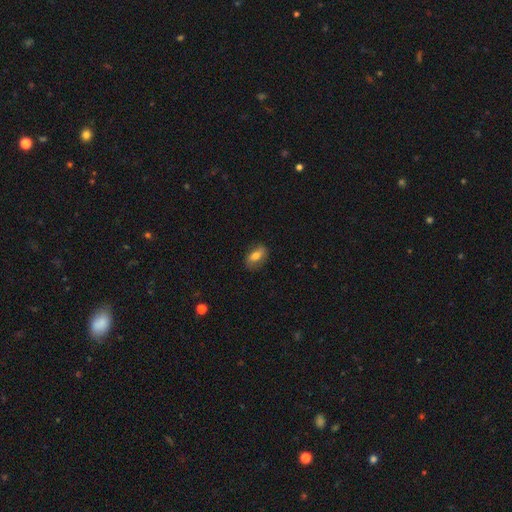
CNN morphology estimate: Smooth or featured? Predicted: smooth (p=0.66). How rounded? Predicted: in between (p=0.84). Merging? Predicted: none (p=0.78).